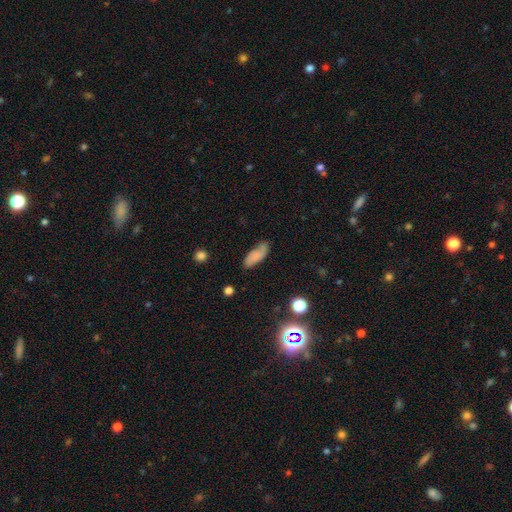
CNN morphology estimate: smooth 66%, featured or disk 25%, star or artifact 10%. Down the decision tree: how rounded — in between (74%); merging — none (63%).